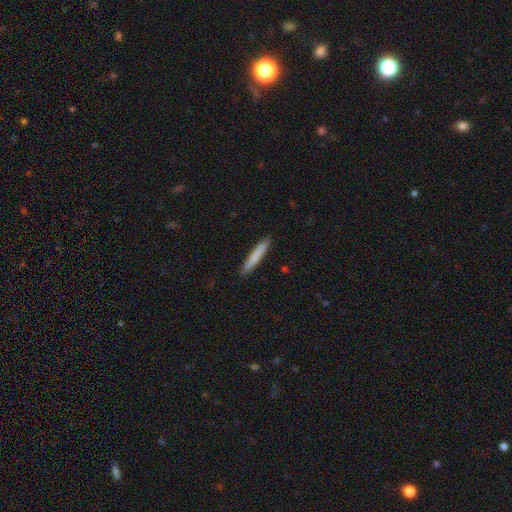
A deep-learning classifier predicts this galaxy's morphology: This is likely a smooth galaxy (79%). How rounded: clearly cigar-shaped (95%). Merging: clearly none (90%).